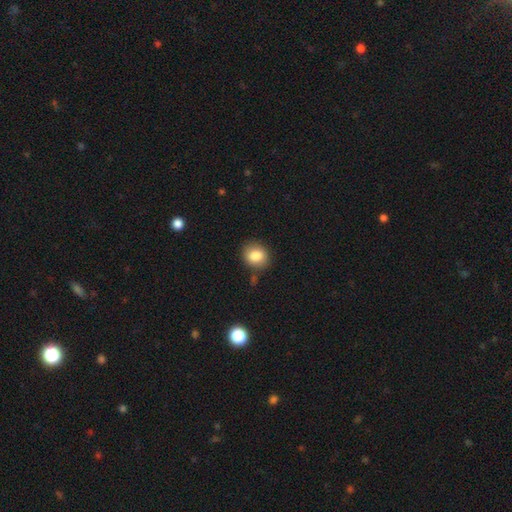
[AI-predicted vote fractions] A smooth galaxy with no disk features (83%) that is round (67%).

Vote fractions:
- Smooth or featured? smooth: 83% / star or artifact: 9% / featured or disk: 7%
- How rounded? round: 67% / in between: 32% / cigar-shaped: 1%
- Merging? none: 81% / minor disturbance: 12% / major disturbance: 3% / merger: 3%